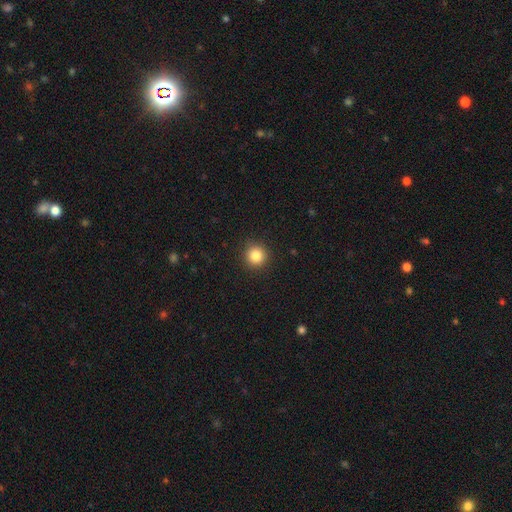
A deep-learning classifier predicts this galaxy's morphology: Smooth or featured? smooth (84%)
How rounded? round (94%)
Merging? none (92%)